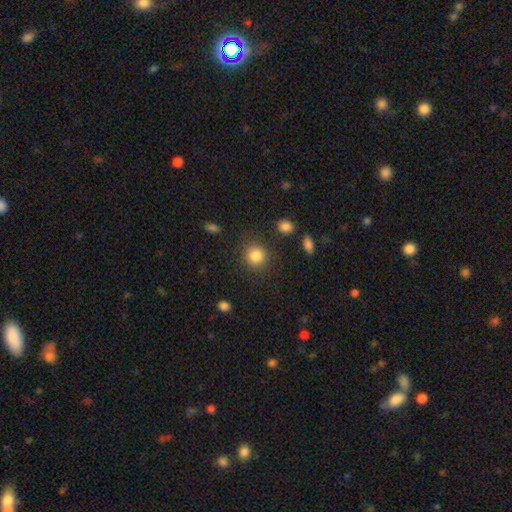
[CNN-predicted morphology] smooth_or_featured: smooth (p=0.85) [alt: star or artifact p=0.10]
how_rounded: round (p=0.88) [alt: in between p=0.11]
merging: none (p=0.86) [alt: minor disturbance p=0.08]